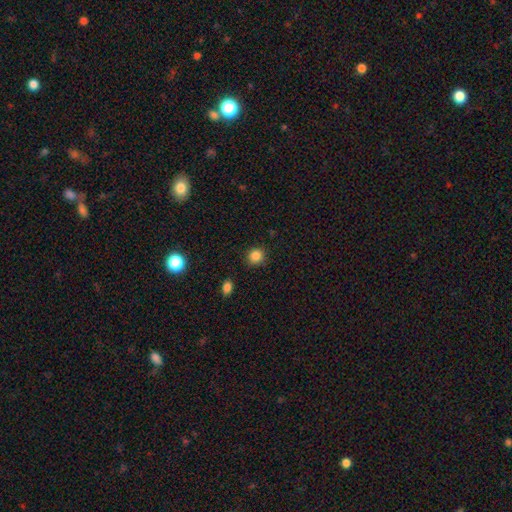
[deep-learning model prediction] Morphology: type=smooth (85%); roundness=round (89%); merging=none (89%).